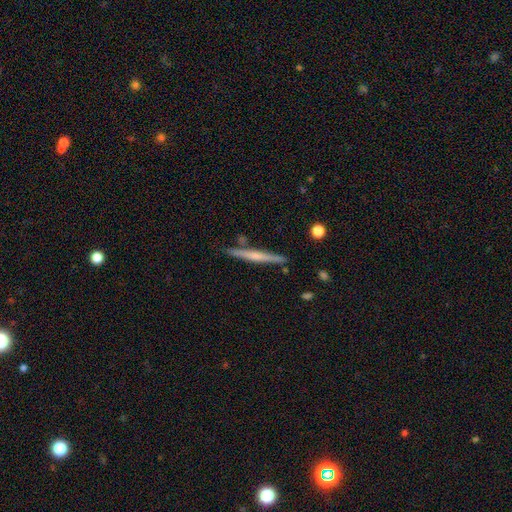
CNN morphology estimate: This appears to be a featured or disk galaxy (58%) viewed edge-on (98%) with a rounded central bulge (49%). Merging: none (86%).